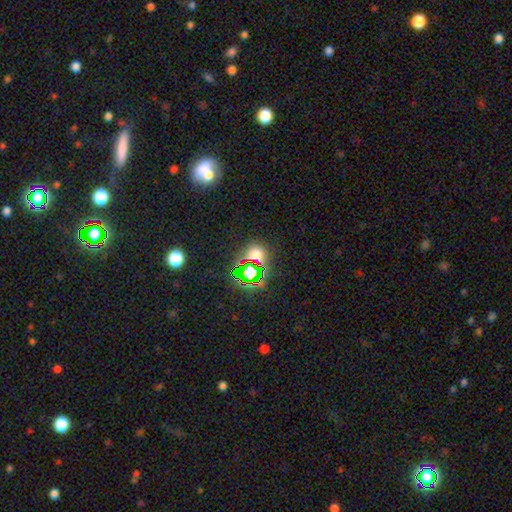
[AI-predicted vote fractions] smooth-or-featured: star or artifact: 51% | smooth: 41% | featured or disk: 8%